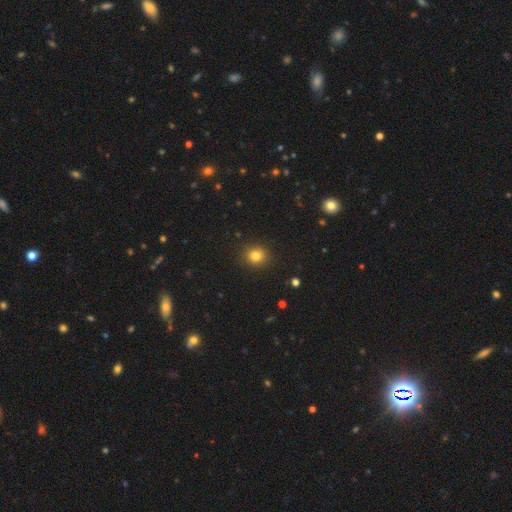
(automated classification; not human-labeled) The model was most divided on "how rounded": round: 82%, in between: 17%, cigar-shaped: 1%. More confident: merging — none (91%); smooth or featured — smooth (81%).